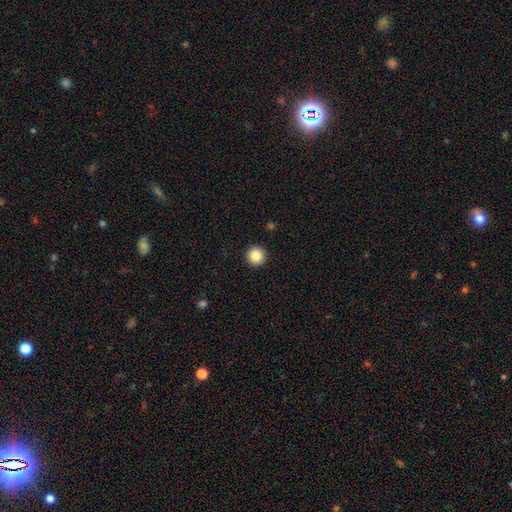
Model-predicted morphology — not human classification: smooth-or-featured: smooth: 86% | star or artifact: 10% | featured or disk: 5%
  how-rounded: round: 96% | in between: 3% | cigar-shaped: 1%
  merging: none: 94% | minor disturbance: 4% | major disturbance: 1% | merger: 1%